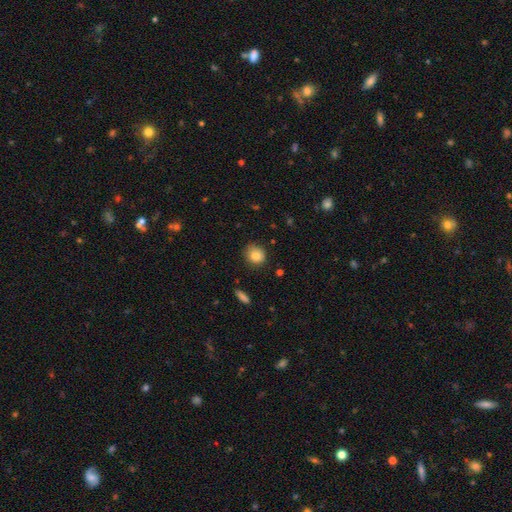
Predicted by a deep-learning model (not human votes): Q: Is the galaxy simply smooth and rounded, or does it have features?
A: smooth — 83%.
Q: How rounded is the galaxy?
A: round — 75%.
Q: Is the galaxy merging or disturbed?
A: none — 79%.